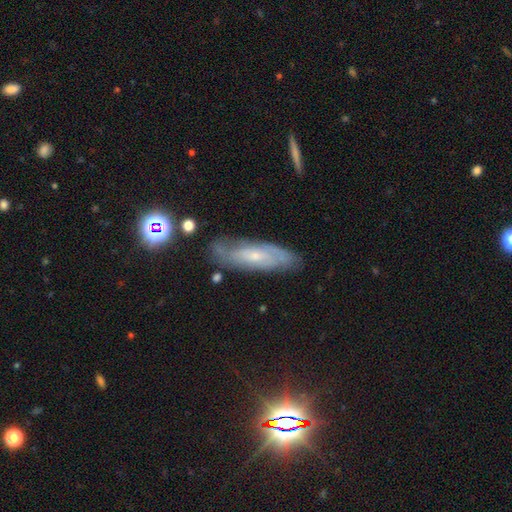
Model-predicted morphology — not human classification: The model was most divided on "smooth or featured": featured or disk: 62%, smooth: 28%, star or artifact: 9%. More confident: edge-on disk — no (76%); merging — none (73%).